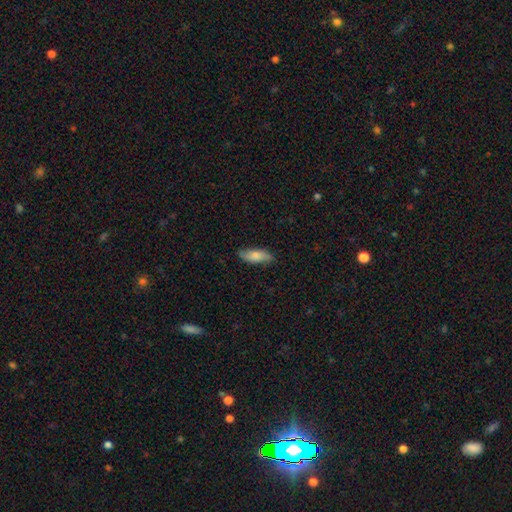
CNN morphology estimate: smooth 74%, featured or disk 20%, star or artifact 6%. Down the decision tree: how rounded — in between (65%); merging — none (79%).